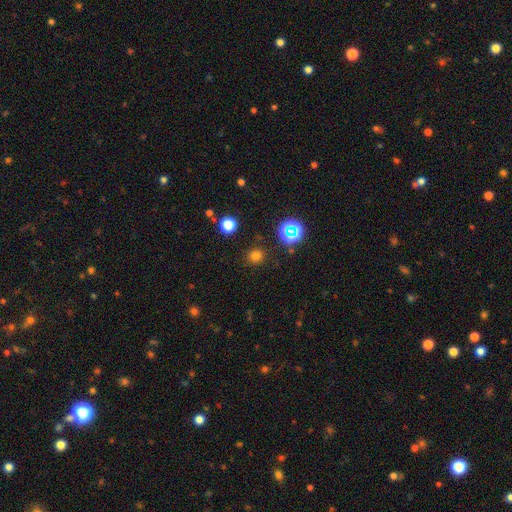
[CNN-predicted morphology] Smooth or featured? Predicted: smooth (p=0.71). How rounded? Predicted: round (p=0.93). Merging? Predicted: none (p=0.89).